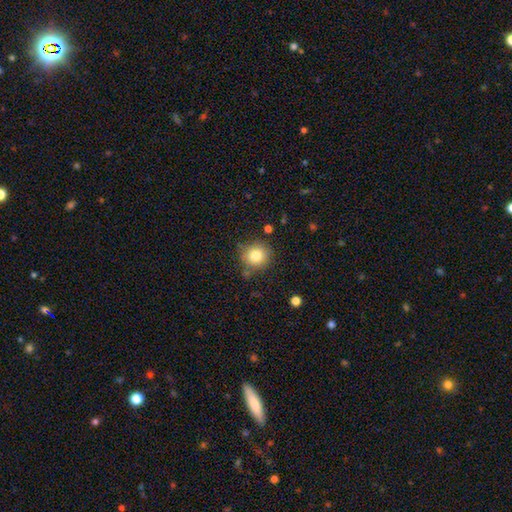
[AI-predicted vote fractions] Smooth or featured: smooth — 81% (star or artifact — 10%)
How rounded: round — 90% (in between — 9%)
Merging: none — 80% (minor disturbance — 13%)